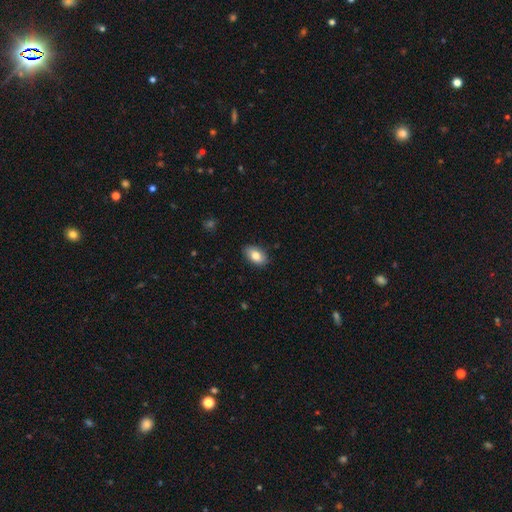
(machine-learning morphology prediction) smooth_or_featured: smooth (p=0.82) [alt: featured or disk p=0.11]
how_rounded: in between (p=0.92) [alt: round p=0.06]
merging: none (p=0.87) [alt: minor disturbance p=0.10]